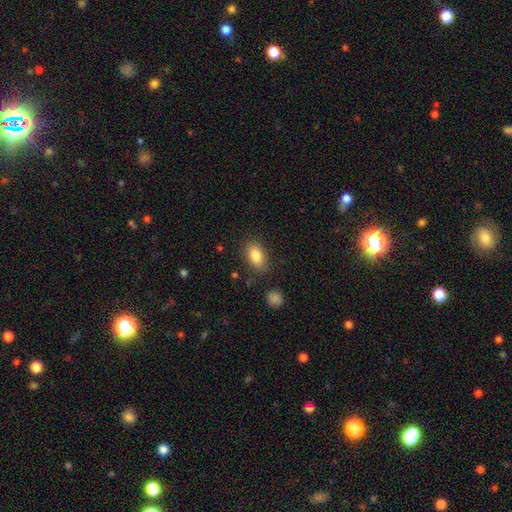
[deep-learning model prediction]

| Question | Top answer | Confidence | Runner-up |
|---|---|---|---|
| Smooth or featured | smooth | 84% | featured or disk (8%) |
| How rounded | in between | 88% | round (10%) |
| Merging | none | 82% | minor disturbance (12%) |